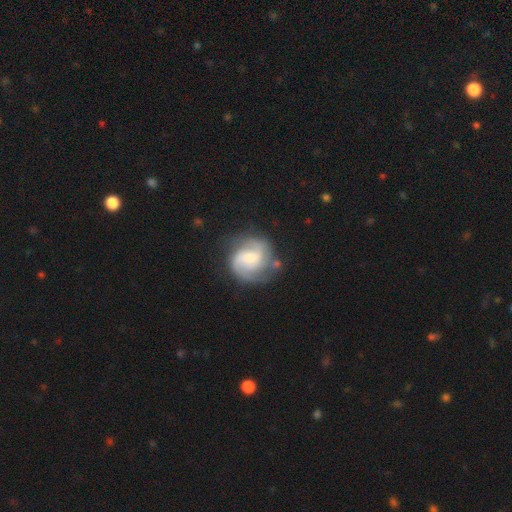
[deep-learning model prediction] A featured or disk galaxy (79%) with a weak bar (46%), 2 (76%) medium (49%) spiral arms (95%) and a small central bulge (50%).

Vote fractions:
- Smooth or featured? featured or disk: 79% / smooth: 16% / star or artifact: 6%
- Edge-on disk? no: 98% / yes: 2%
- Bar? weak: 46% / no: 43% / strong: 12%
- Spiral arms? yes: 95% / no: 5%
- Spiral winding? medium: 49% / tight: 31% / loose: 21%
- Spiral arm count? 2: 76% / can't tell: 9% / 3: 8% / 1: 3% / 4: 2% / more than 4: 2%
- Bulge size? small: 50% / moderate: 37% / large: 6% / none: 6% / dominant: 1%
- Merging? none: 69% / minor disturbance: 18% / major disturbance: 9% / merger: 4%